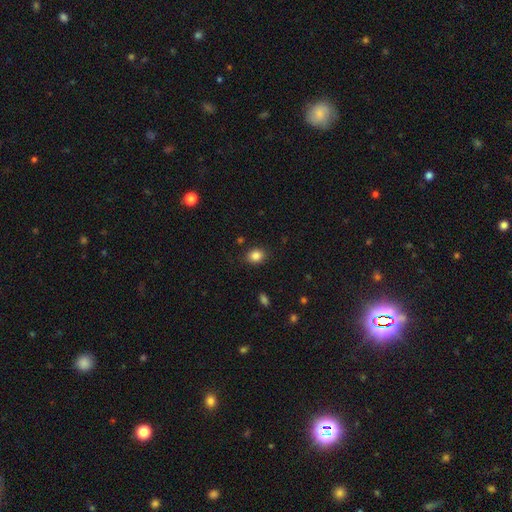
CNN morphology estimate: Smooth or featured? smooth (85%)
How rounded? round (60%)
Merging? none (86%)